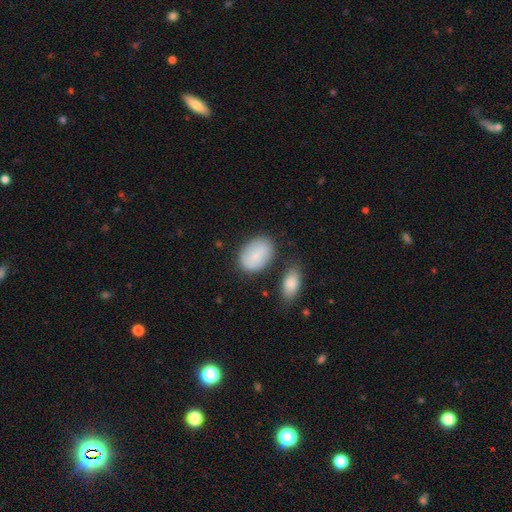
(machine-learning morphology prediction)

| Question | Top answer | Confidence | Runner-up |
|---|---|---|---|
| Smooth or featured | smooth | 78% | featured or disk (16%) |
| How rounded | in between | 84% | round (15%) |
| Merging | none | 68% | minor disturbance (19%) |